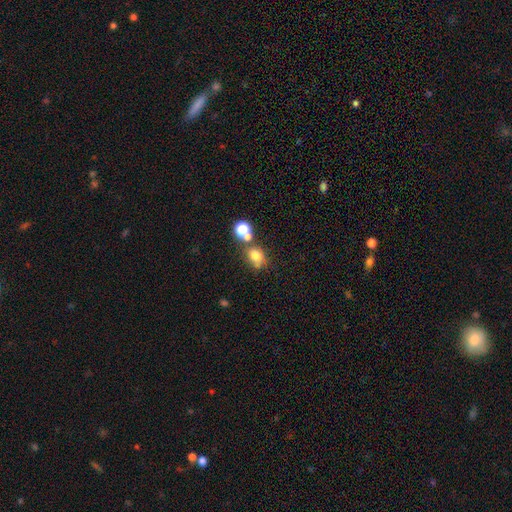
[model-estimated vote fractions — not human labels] Overall: smooth (73%). How rounded: round (51%; in between 48%). Merging: none (51%; merger 29%).